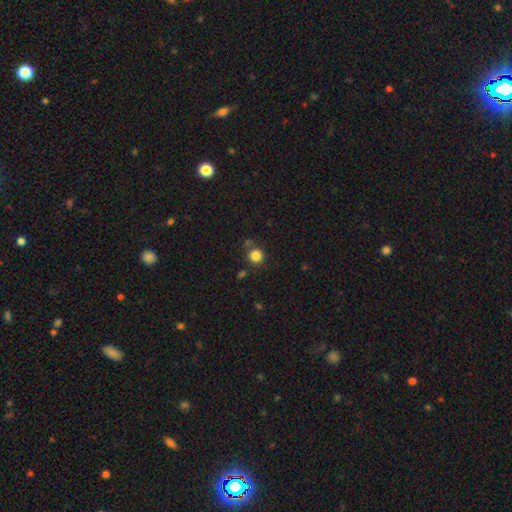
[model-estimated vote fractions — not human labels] Overall: smooth (84%). How rounded: round (92%). Merging: none (78%).